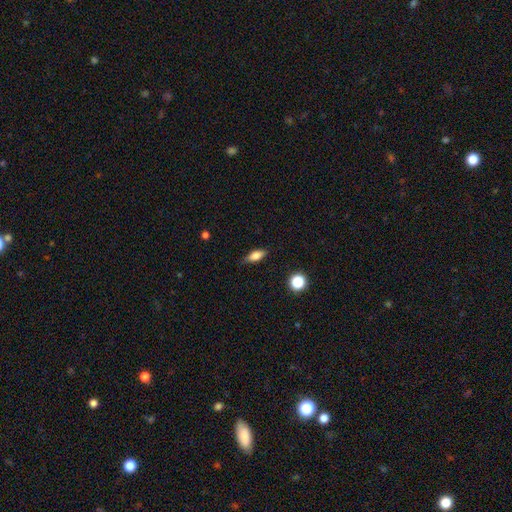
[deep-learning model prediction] Smooth or featured? smooth (76%)
How rounded? in between (77%)
Merging? none (82%)